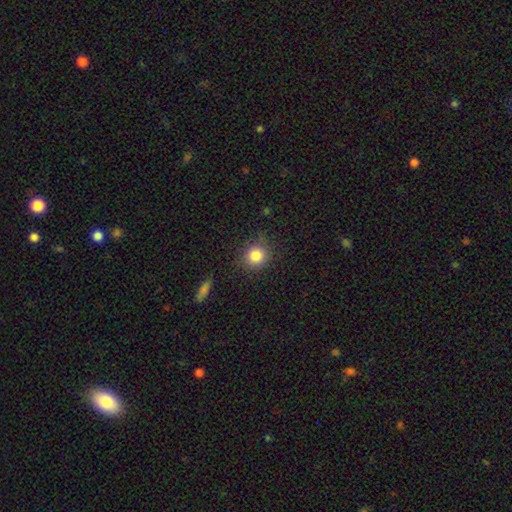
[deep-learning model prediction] Overall: smooth (84%). How rounded: round (88%). Merging: none (84%).